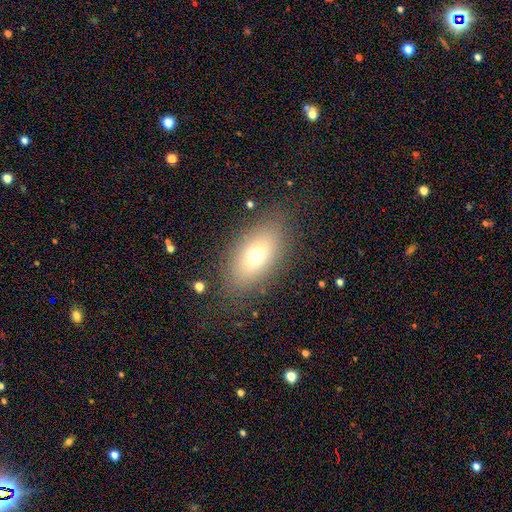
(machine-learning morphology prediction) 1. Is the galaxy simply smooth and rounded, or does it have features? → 67% smooth, 20% featured or disk, 13% star or artifact.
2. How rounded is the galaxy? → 84% in between, 10% round, 6% cigar-shaped.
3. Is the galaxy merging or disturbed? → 81% none, 11% minor disturbance, 6% major disturbance, 1% merger.